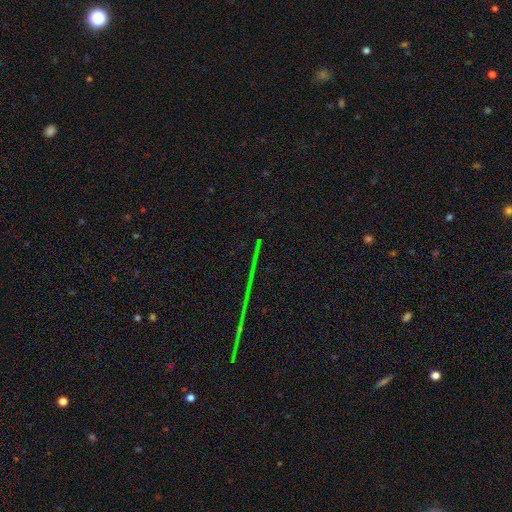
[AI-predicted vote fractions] This is clearly a star or artifact rather than a galaxy (82%).